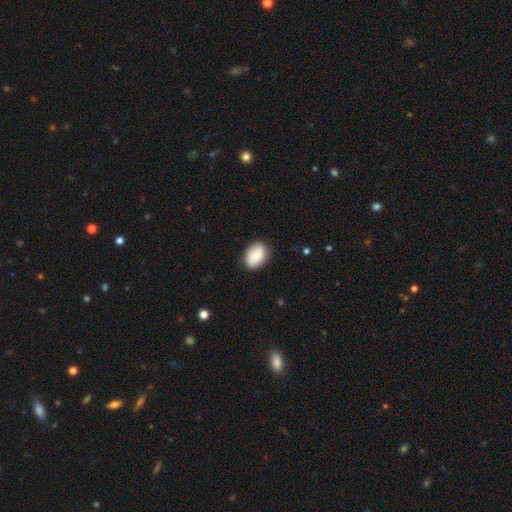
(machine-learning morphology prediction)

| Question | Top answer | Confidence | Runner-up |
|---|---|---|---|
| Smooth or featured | smooth | 84% | featured or disk (10%) |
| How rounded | in between | 85% | round (13%) |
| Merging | none | 84% | minor disturbance (12%) |